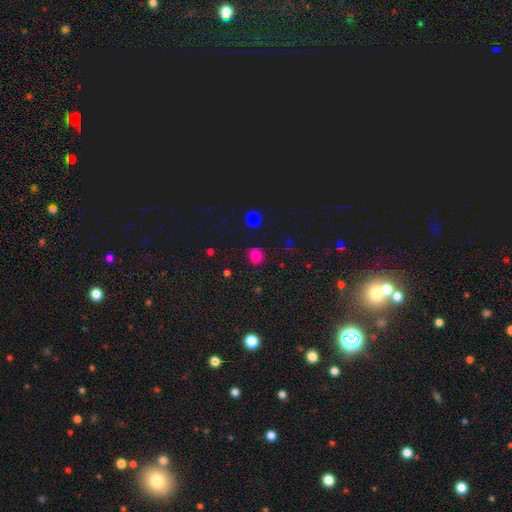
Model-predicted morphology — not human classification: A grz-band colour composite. It shows a smooth galaxy with no disk features (76%) that is round (85%). Merging: none (77%).